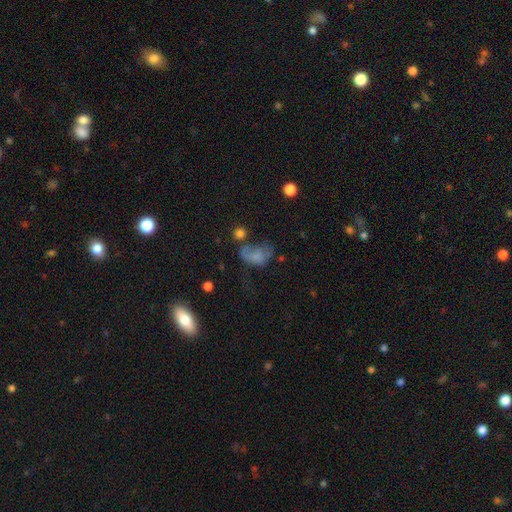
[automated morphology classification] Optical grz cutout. It shows a smooth galaxy with no disk features (60%) that is in between round and cigar-shaped (80%). Merging: major disturbance (39%).